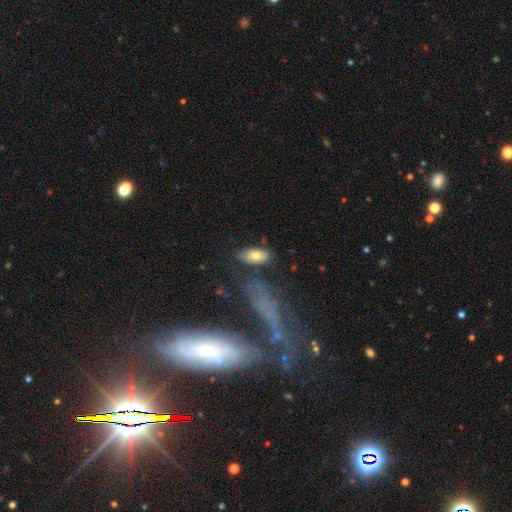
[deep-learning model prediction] smooth 74%, featured or disk 19%, star or artifact 7%. Down the decision tree: how rounded — in between (88%); merging — none (69%).